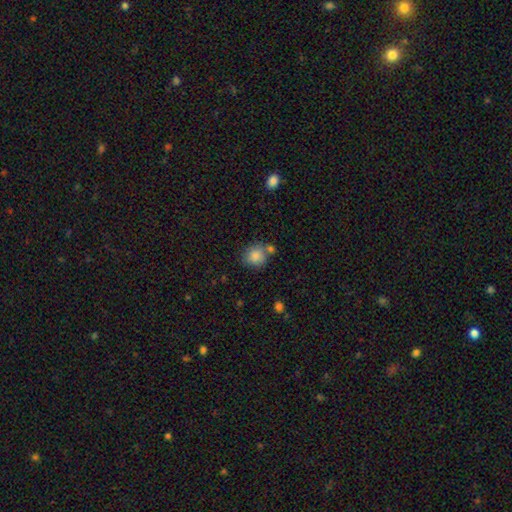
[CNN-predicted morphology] Smooth or featured?
  - smooth: 85% *
  - star or artifact: 9%
  - featured or disk: 6%
How rounded?
  - round: 82% *
  - in between: 17%
  - cigar-shaped: 1%
Merging?
  - none: 65% *
  - merger: 17%
  - minor disturbance: 14%
  - major disturbance: 4%